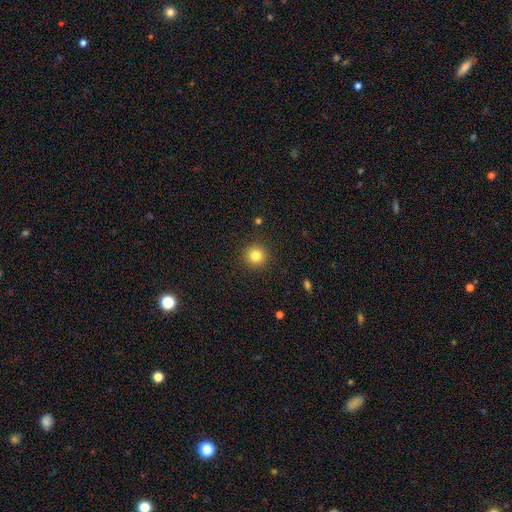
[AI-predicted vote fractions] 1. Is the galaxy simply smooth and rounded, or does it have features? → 82% smooth, 12% star or artifact, 6% featured or disk.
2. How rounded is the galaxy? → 95% round, 4% in between, 1% cigar-shaped.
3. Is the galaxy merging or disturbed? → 92% none, 5% minor disturbance, 2% major disturbance, 1% merger.